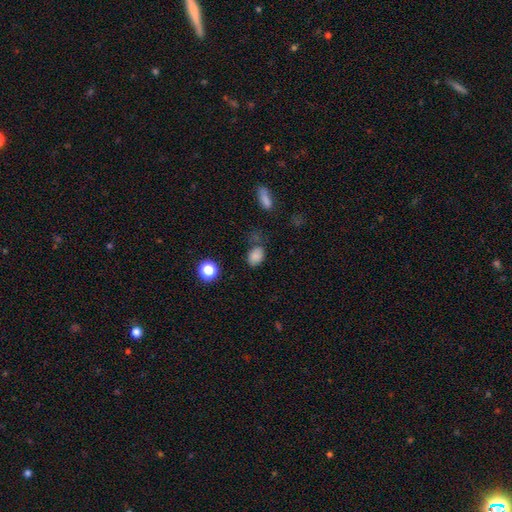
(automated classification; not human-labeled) smooth-or-featured: smooth: 80% | star or artifact: 13% | featured or disk: 7%
  how-rounded: in between: 78% | round: 20% | cigar-shaped: 1%
  merging: none: 59% | minor disturbance: 23% | major disturbance: 9% | merger: 9%